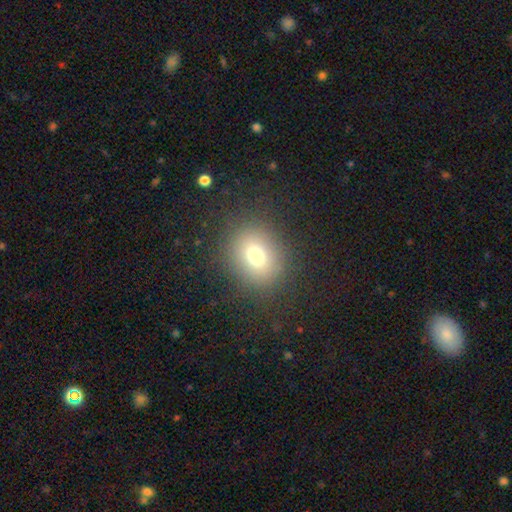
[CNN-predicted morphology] Smooth or featured? smooth (73%)
How rounded? round (64%)
Merging? none (86%)